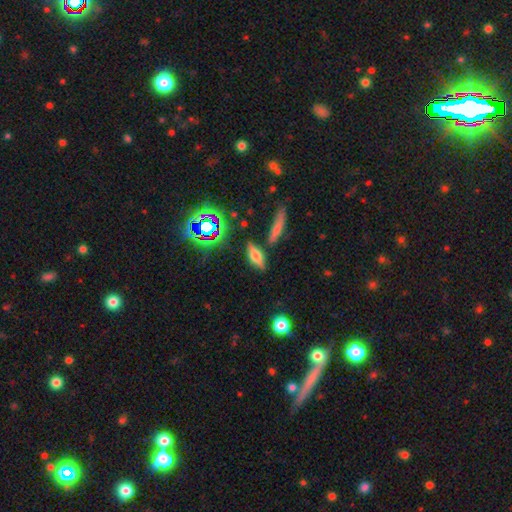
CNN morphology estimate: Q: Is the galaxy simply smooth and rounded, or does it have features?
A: smooth — 58%.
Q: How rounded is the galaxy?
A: in between — 62%.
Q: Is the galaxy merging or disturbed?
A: none — 78%.